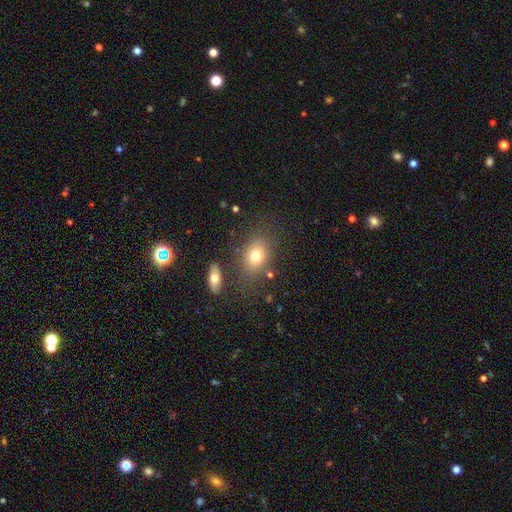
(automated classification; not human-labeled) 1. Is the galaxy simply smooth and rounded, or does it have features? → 75% smooth, 13% featured or disk, 12% star or artifact.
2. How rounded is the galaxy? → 63% in between, 36% round, 1% cigar-shaped.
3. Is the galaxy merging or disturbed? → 73% none, 13% minor disturbance, 8% merger, 6% major disturbance.